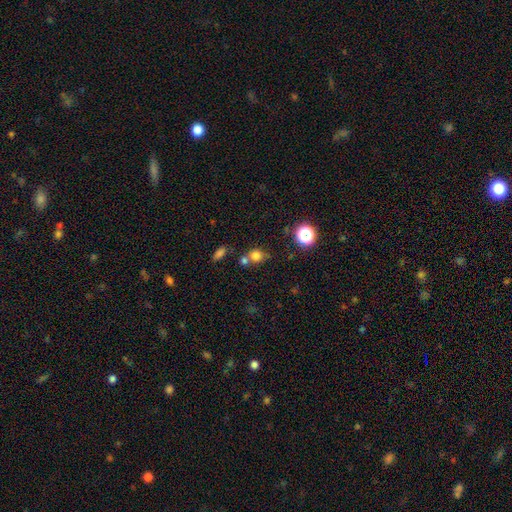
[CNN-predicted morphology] This appears to be a smooth galaxy with no disk features (76%) that is round (78%). Merging: none (53%).